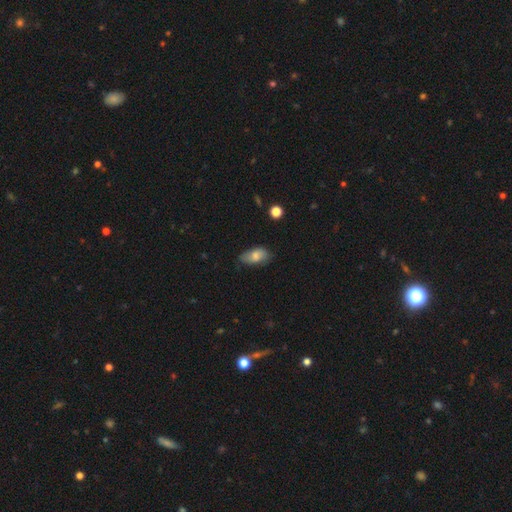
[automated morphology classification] smooth-or-featured: smooth: 72% | featured or disk: 21% | star or artifact: 8%
  how-rounded: in between: 91% | round: 5% | cigar-shaped: 4%
  merging: none: 64% | minor disturbance: 28% | major disturbance: 6% | merger: 2%